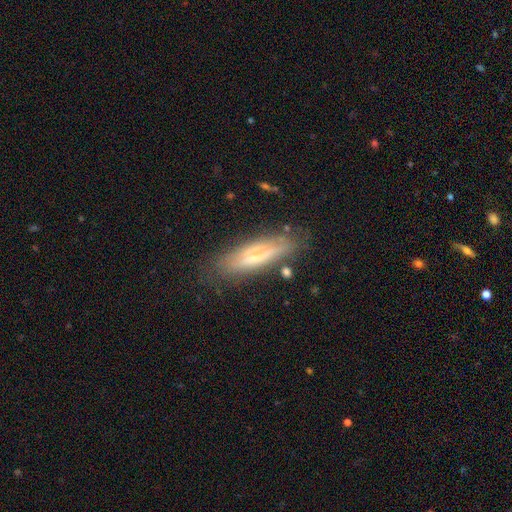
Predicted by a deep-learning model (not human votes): This is possibly a featured or disk galaxy (52%). It is clearly viewed edge-on (80%). Merging: likely none (77%).